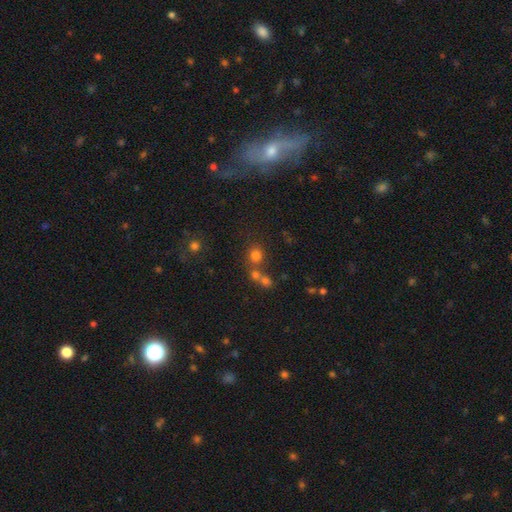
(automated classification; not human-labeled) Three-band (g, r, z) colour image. It shows a smooth galaxy with no disk features (73%) that is round (84%). Merging: none (60%).